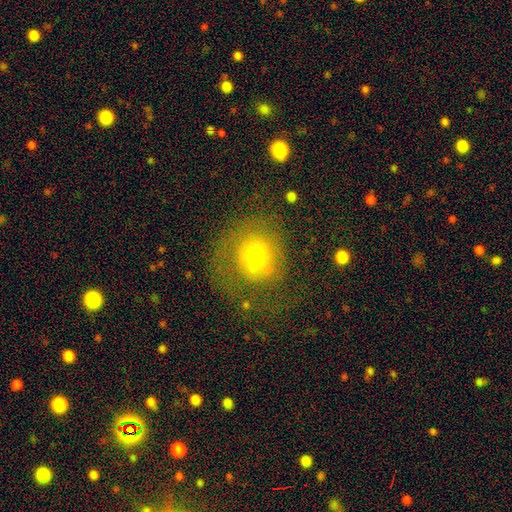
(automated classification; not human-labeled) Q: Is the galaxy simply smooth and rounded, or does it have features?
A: smooth — 57%.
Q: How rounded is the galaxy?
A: round — 85%.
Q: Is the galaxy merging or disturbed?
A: none — 45%.